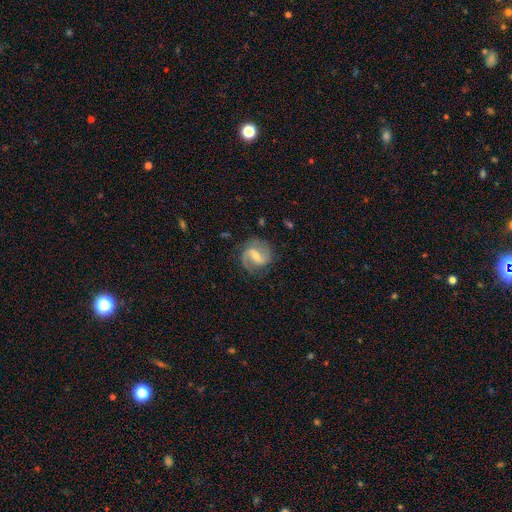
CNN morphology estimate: A featured or disk galaxy (82%) with a weak bar (50%), 2 (83%) medium (46%) spiral arms (94%) and a moderate central bulge (49%). Merging: none (77%).